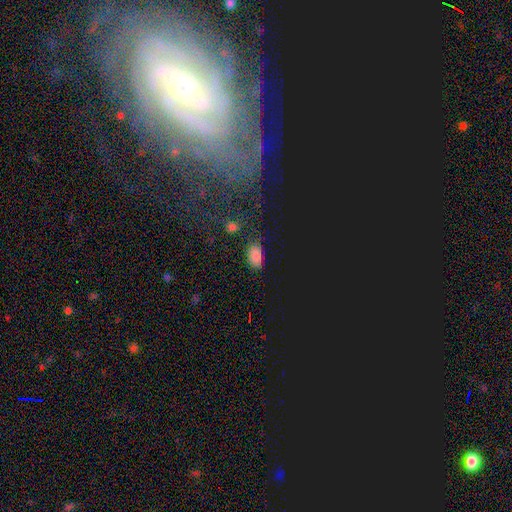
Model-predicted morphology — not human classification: type=smooth (66%); roundness=in between (90%); merging=none (79%).